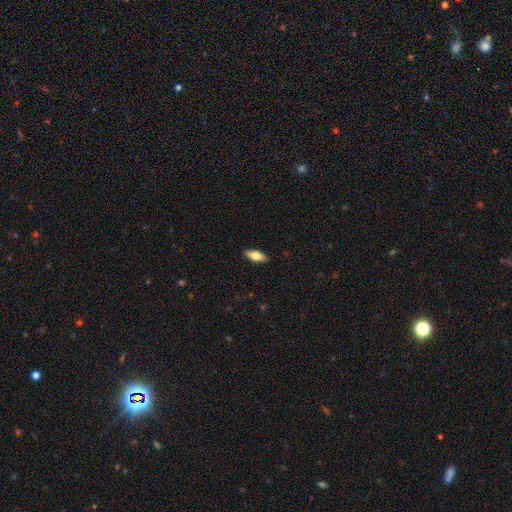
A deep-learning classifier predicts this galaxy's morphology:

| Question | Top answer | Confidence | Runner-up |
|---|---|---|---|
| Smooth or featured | smooth | 71% | featured or disk (22%) |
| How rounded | in between | 78% | cigar-shaped (19%) |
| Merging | none | 89% | minor disturbance (8%) |